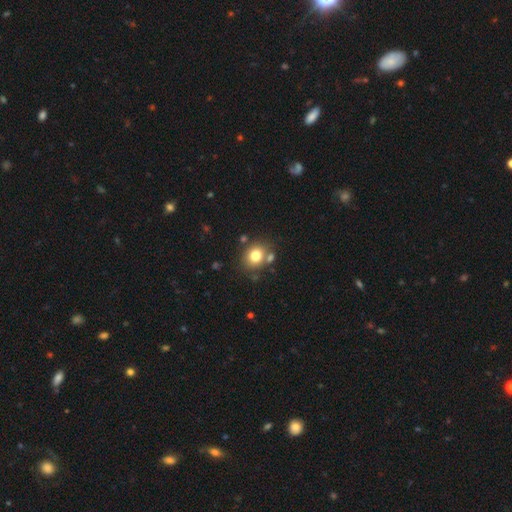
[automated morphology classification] A smooth galaxy with no disk features (77%) that is round (67%). Merging: none (71%).